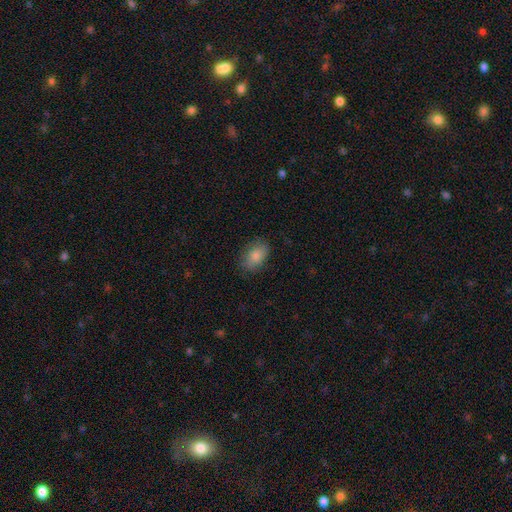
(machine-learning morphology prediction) smooth_or_featured: smooth (p=0.85) [alt: featured or disk p=0.08]
how_rounded: in between (p=0.86) [alt: round p=0.12]
merging: none (p=0.79) [alt: minor disturbance p=0.16]